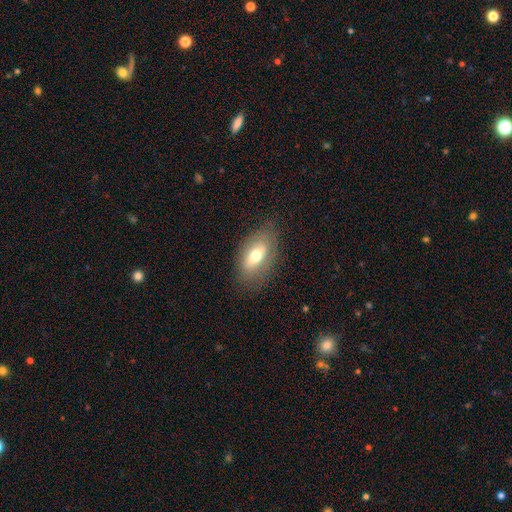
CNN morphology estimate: A smooth galaxy with no disk features (61%) that is in between round and cigar-shaped (88%).

Vote fractions:
- Smooth or featured? smooth: 61% / featured or disk: 30% / star or artifact: 8%
- How rounded? in between: 88% / round: 7% / cigar-shaped: 5%
- Merging? none: 78% / minor disturbance: 16% / major disturbance: 6% / merger: 1%